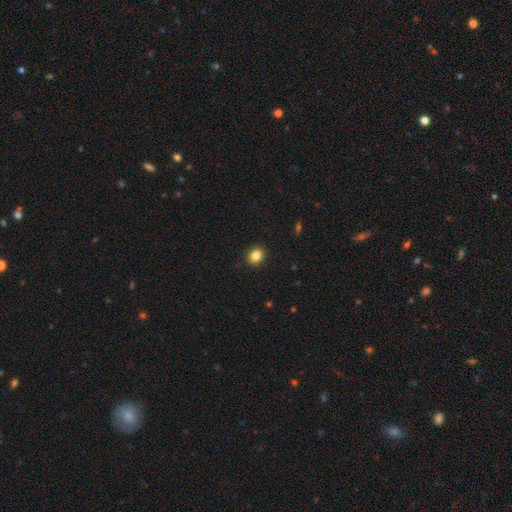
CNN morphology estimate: Smooth or featured? Predicted: smooth (p=0.84). How rounded? Predicted: round (p=0.58). Merging? Predicted: none (p=0.91).